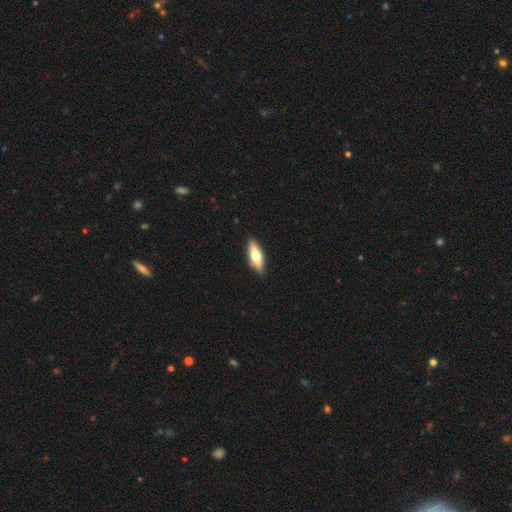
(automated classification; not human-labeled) Smooth or featured?
  - smooth: 51% *
  - featured or disk: 44%
  - star or artifact: 5%
How rounded?
  - in between: 52% *
  - cigar-shaped: 45%
  - round: 2%
Merging?
  - none: 90% *
  - minor disturbance: 8%
  - major disturbance: 2%
  - merger: 1%